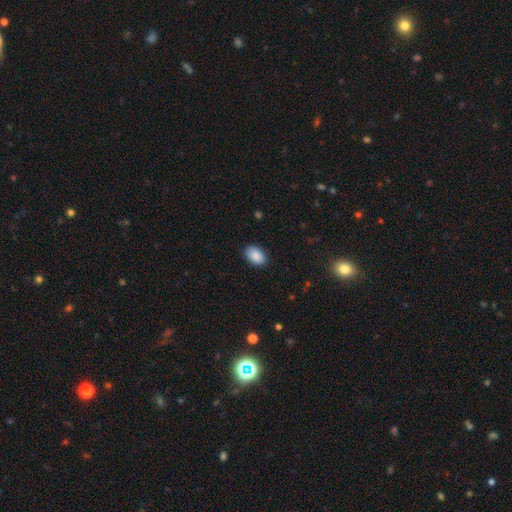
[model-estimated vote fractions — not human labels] Overall: smooth (89%). How rounded: in between (90%). Merging: none (87%).